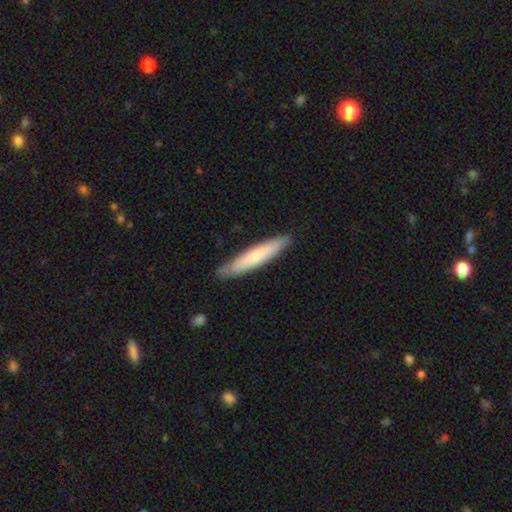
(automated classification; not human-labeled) A smooth galaxy with no disk features (64%) that is cigar-shaped (90%).

Vote fractions:
- Smooth or featured? smooth: 64% / featured or disk: 31% / star or artifact: 5%
- How rounded? cigar-shaped: 90% / in between: 9% / round: 1%
- Merging? none: 85% / minor disturbance: 12% / major disturbance: 2% / merger: 1%